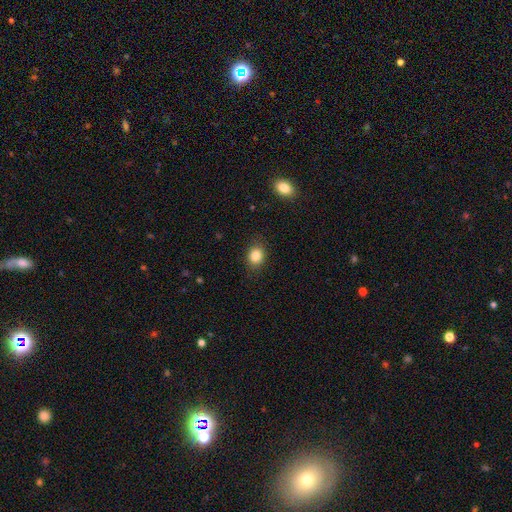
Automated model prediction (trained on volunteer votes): Morphology: type=smooth (84%); roundness=round (55%); merging=none (86%).